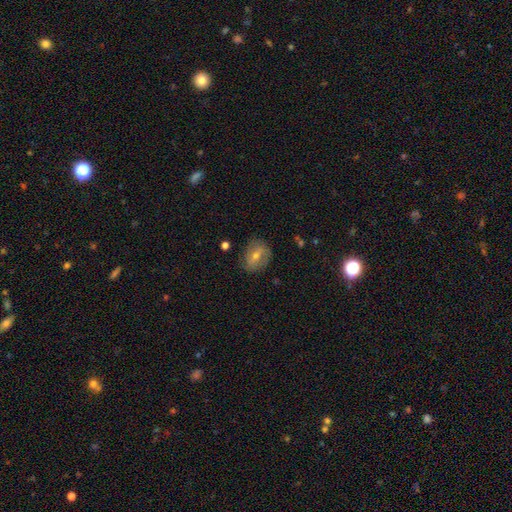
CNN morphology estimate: smooth-or-featured: featured or disk: 44% | smooth: 41% | star or artifact: 15%
  merging: none: 79% | minor disturbance: 15% | major disturbance: 5% | merger: 1%